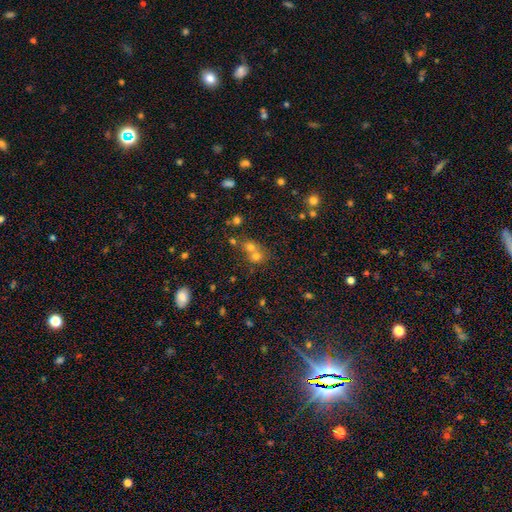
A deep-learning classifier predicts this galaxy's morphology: Smooth or featured? Predicted: smooth (p=0.60). How rounded? Predicted: round (p=0.78). Merging? Predicted: merger (p=0.54).